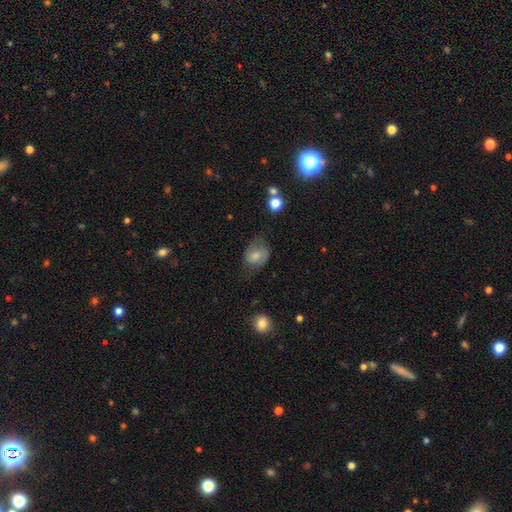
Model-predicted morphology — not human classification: A smooth galaxy with no disk features (65%) that is in between round and cigar-shaped (60%). Merging: none (49%).